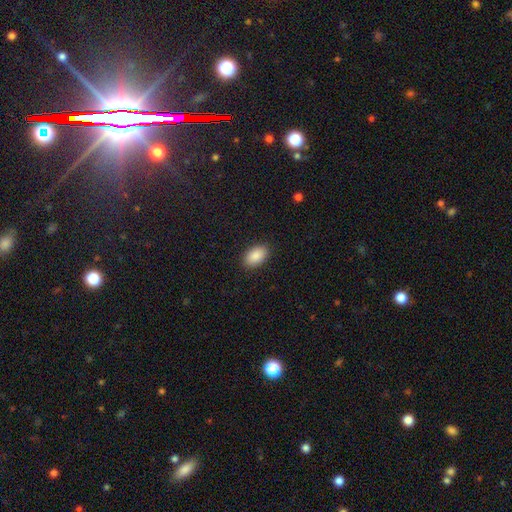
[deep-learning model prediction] Morphology: type=smooth (89%); roundness=in between (93%); merging=none (89%).